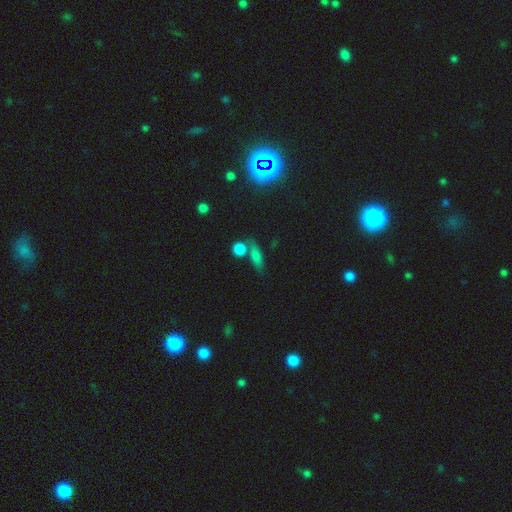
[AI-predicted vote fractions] smooth 69%, star or artifact 15%, featured or disk 15%. Down the decision tree: how rounded — in between (46%); merging — none (60%).